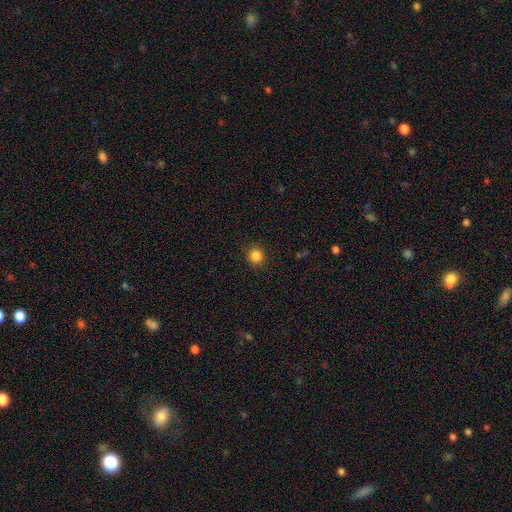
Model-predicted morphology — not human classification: The model was most divided on "smooth or featured": smooth: 85%, star or artifact: 11%, featured or disk: 4%. More confident: how rounded — round (92%); merging — none (90%).